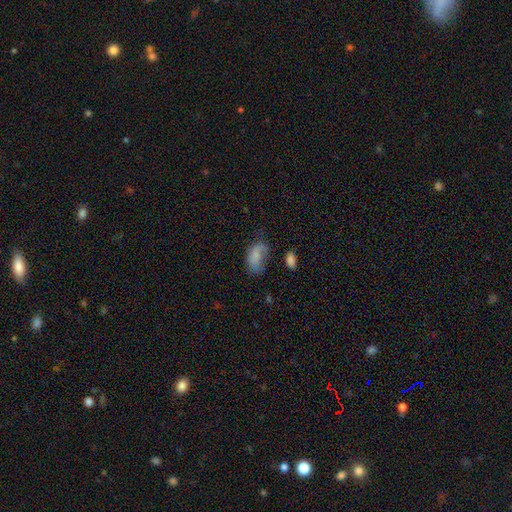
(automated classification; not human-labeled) smooth-or-featured: smooth: 72% | featured or disk: 18% | star or artifact: 10%
  how-rounded: in between: 92% | round: 5% | cigar-shaped: 3%
  merging: none: 38% | minor disturbance: 32% | major disturbance: 25% | merger: 6%